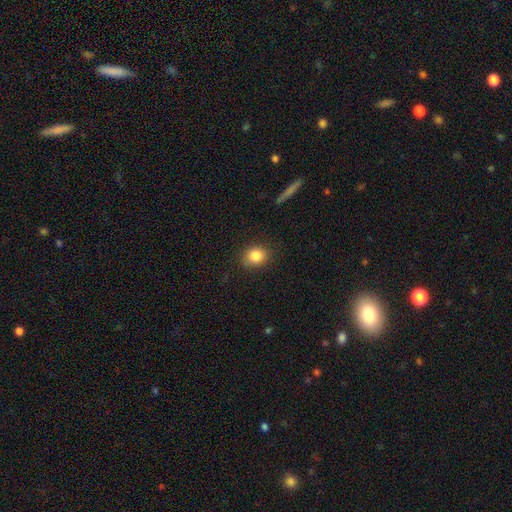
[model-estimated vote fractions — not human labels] A smooth galaxy with no disk features (84%) that is round (60%).

Vote fractions:
- Smooth or featured? smooth: 84% / star or artifact: 10% / featured or disk: 6%
- How rounded? round: 60% / in between: 38% / cigar-shaped: 1%
- Merging? none: 84% / minor disturbance: 12% / major disturbance: 3% / merger: 1%